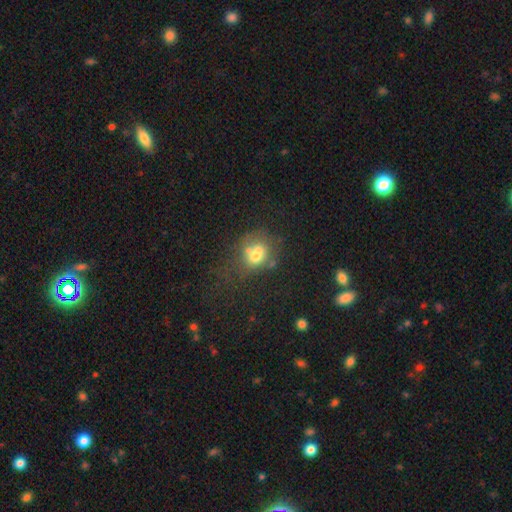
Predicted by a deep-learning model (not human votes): Smooth or featured: smooth — 57% (featured or disk — 27%)
How rounded: round — 56% (in between — 43%)
Merging: merger — 41% (none — 32%)